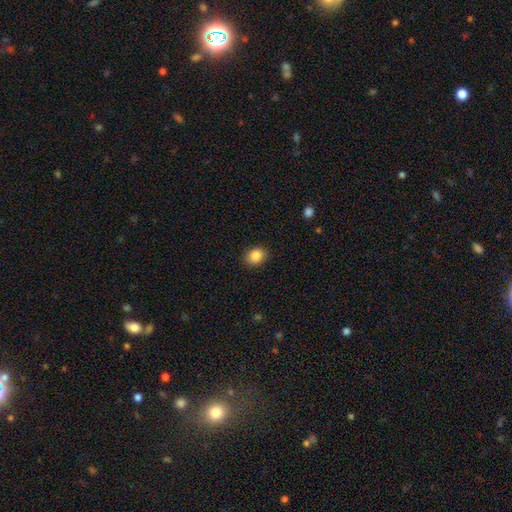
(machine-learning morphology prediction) A smooth galaxy with no disk features (86%) that is round (51%). Merging: none (89%).